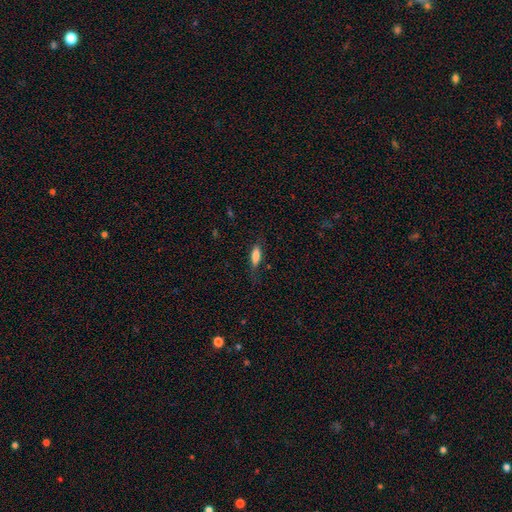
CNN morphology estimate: type=smooth (78%); roundness=in between (55%); merging=none (67%).